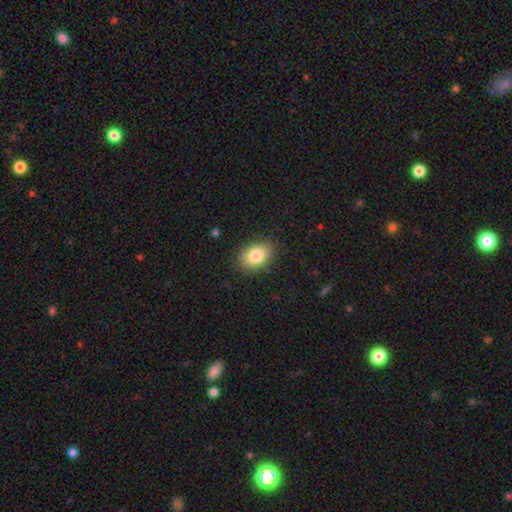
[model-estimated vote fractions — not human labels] Morphology: type=smooth (83%); roundness=in between (79%); merging=none (87%).